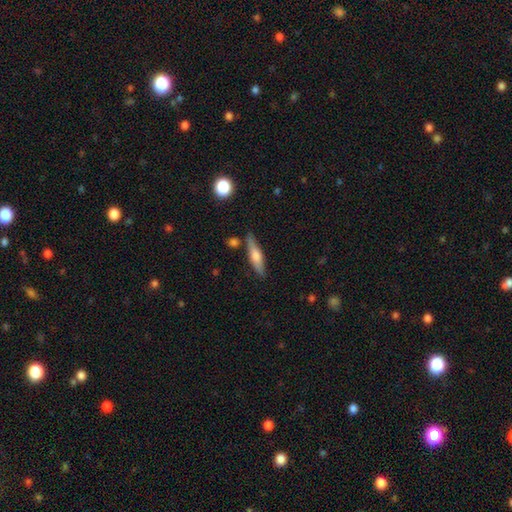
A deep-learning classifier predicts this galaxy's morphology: smooth 47%, featured or disk 46%, star or artifact 7%. Down the decision tree: merging — none (78%).